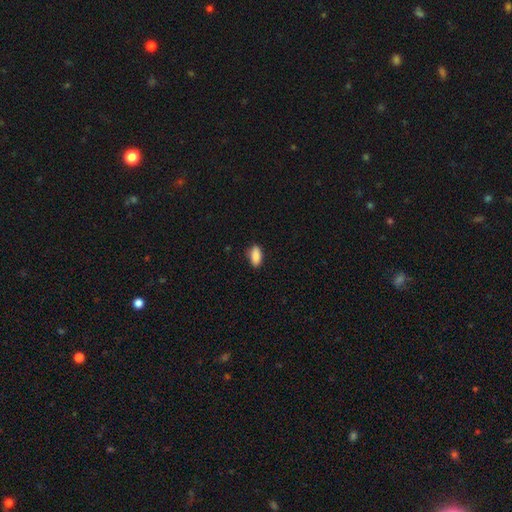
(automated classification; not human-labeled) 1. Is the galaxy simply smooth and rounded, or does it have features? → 89% smooth, 7% star or artifact, 4% featured or disk.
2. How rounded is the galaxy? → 89% in between, 8% cigar-shaped, 3% round.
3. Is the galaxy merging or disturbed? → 85% none, 12% minor disturbance, 2% major disturbance, 1% merger.